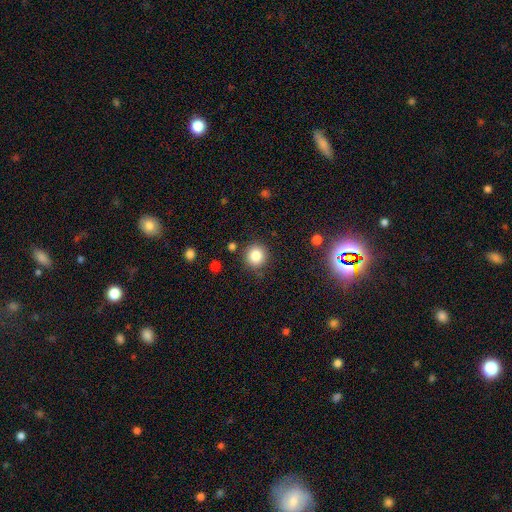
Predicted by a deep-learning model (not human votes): Morphology: type=smooth (83%); roundness=round (92%); merging=none (86%).